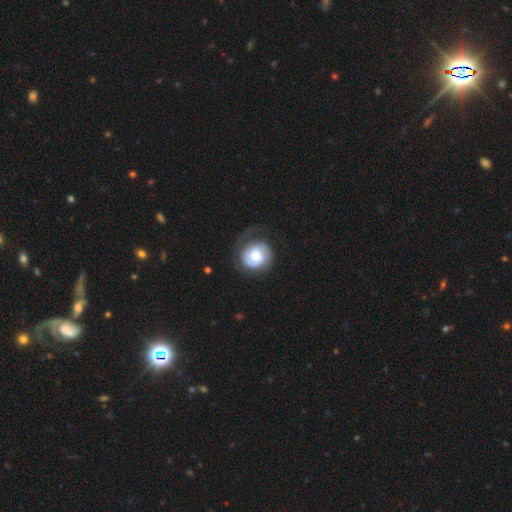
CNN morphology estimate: type=featured or disk (50%); edge-on=no (97%); merging=none (52%).